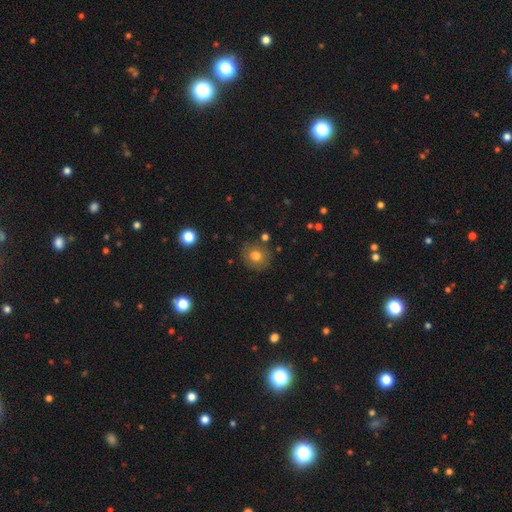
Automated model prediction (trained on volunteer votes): Smooth or featured? Predicted: smooth (p=0.75). How rounded? Predicted: round (p=0.83). Merging? Predicted: none (p=0.81).